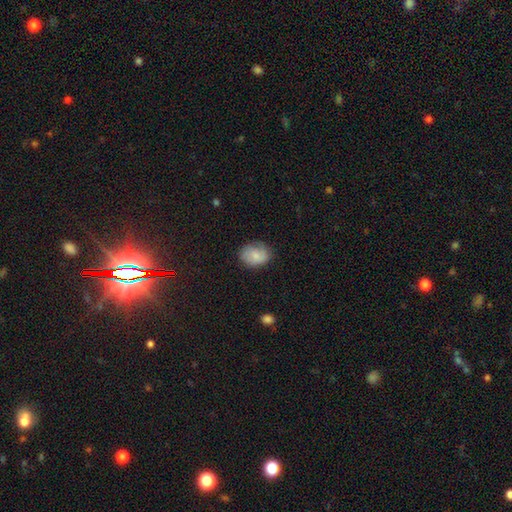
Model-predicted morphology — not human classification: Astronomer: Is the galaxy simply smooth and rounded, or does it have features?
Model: smooth — 75%.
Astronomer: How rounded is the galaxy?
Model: in between — 59% (runner-up: round, 40%).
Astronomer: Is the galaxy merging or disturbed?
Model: none — 72%.